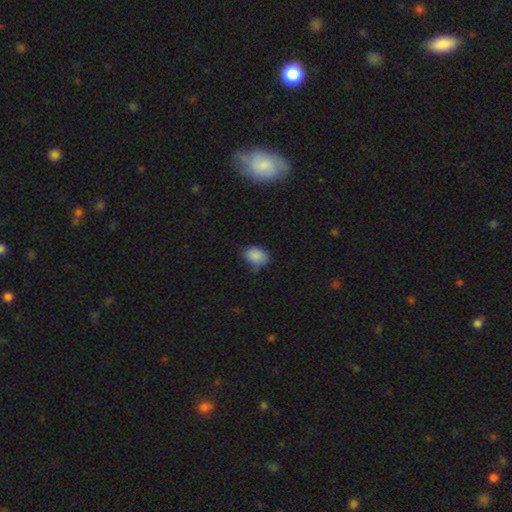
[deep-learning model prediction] The model was most divided on "merging": none: 57%, minor disturbance: 34%, major disturbance: 7%, merger: 2%. More confident: smooth or featured — smooth (86%); how rounded — in between (79%).